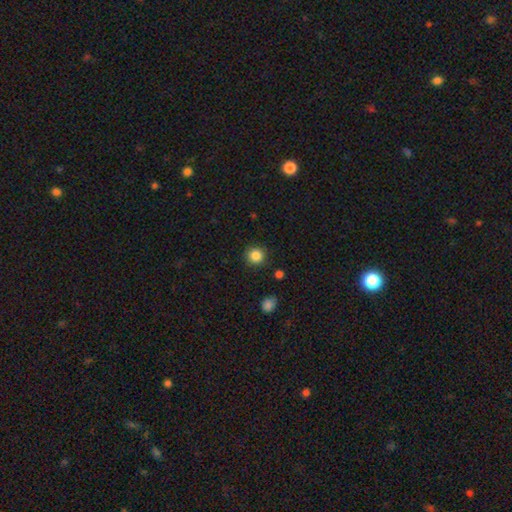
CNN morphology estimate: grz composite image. It shows a smooth galaxy with no disk features (85%) that is round (93%). Merging: none (89%).